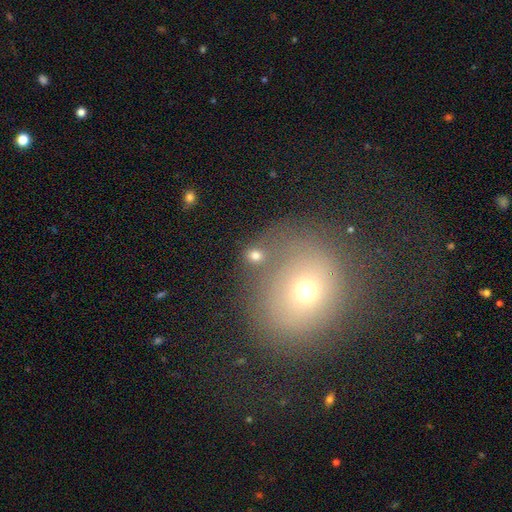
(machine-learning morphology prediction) Smooth or featured? smooth (71%)
How rounded? round (67%)
Merging? none (64%)